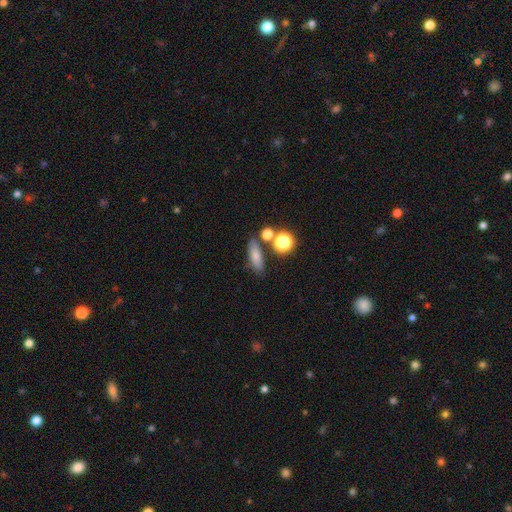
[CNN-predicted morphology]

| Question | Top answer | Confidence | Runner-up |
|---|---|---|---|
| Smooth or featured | smooth | 74% | featured or disk (13%) |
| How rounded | in between | 48% | cigar-shaped (39%) |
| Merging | none | 73% | merger (12%) |